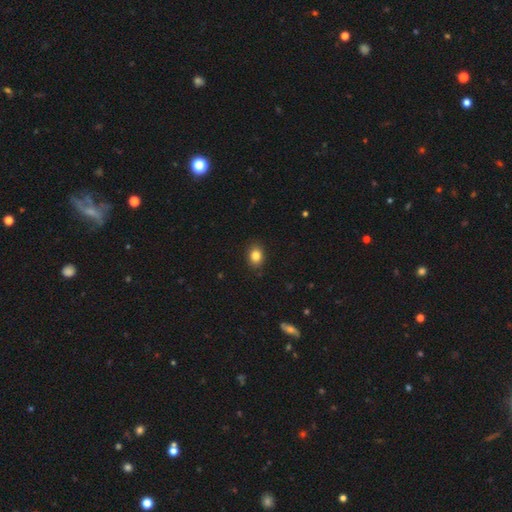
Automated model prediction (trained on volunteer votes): Smooth or featured?
  - smooth: 84% *
  - star or artifact: 10%
  - featured or disk: 6%
How rounded?
  - in between: 62% *
  - round: 37%
  - cigar-shaped: 1%
Merging?
  - none: 88% *
  - minor disturbance: 9%
  - major disturbance: 2%
  - merger: 1%